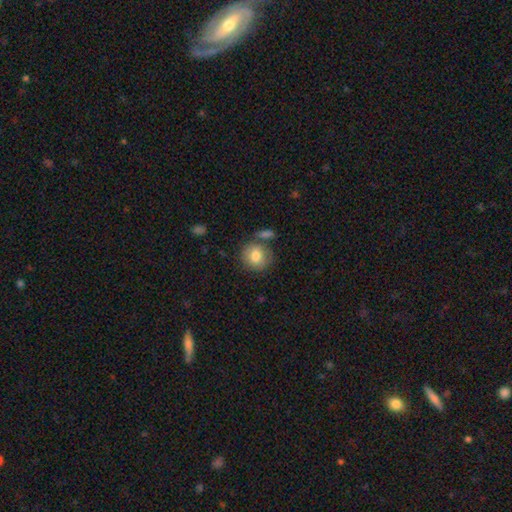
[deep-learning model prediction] A smooth galaxy with no disk features (80%) that is round (85%). Merging: none (69%).